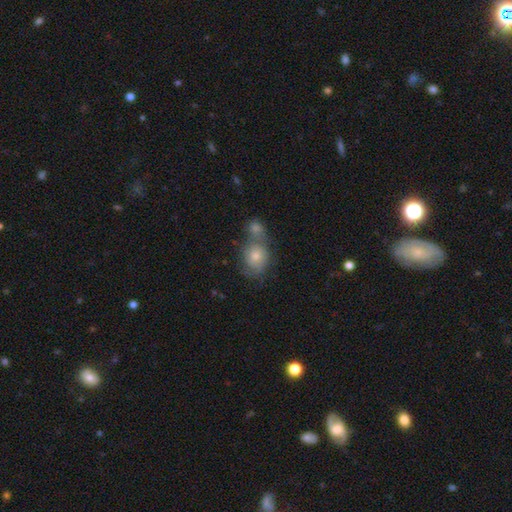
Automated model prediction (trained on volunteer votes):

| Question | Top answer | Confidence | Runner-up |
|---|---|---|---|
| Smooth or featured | smooth | 58% | featured or disk (29%) |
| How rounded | round | 60% | in between (39%) |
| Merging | merger | 43% | none (38%) |